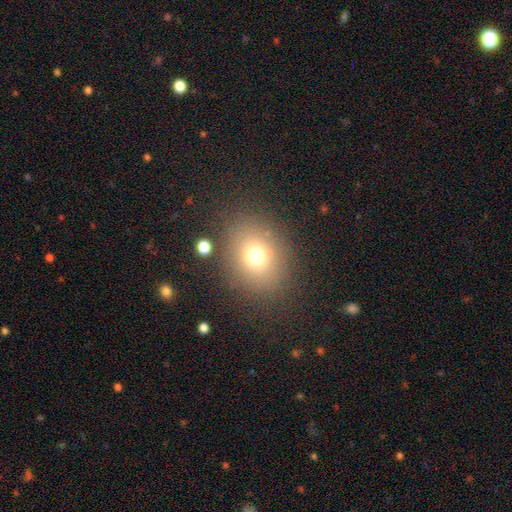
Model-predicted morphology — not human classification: Smooth or featured? smooth (70%)
How rounded? round (61%)
Merging? none (80%)